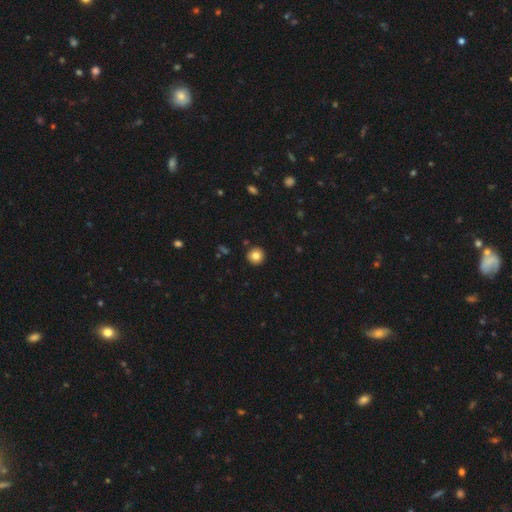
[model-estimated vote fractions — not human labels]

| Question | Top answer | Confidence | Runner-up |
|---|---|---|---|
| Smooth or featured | smooth | 83% | star or artifact (10%) |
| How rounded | round | 95% | in between (4%) |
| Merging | none | 92% | minor disturbance (5%) |